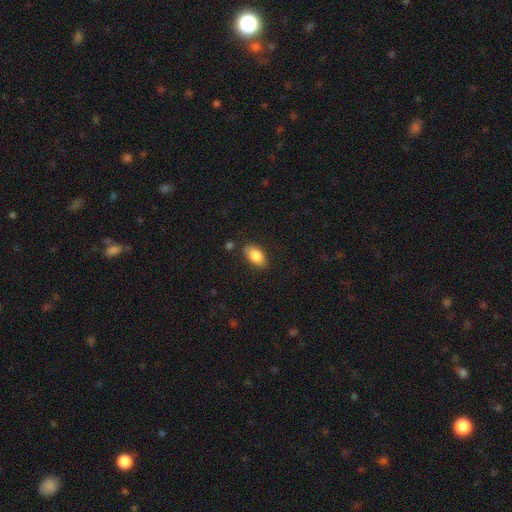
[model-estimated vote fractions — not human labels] smooth 84%, featured or disk 9%, star or artifact 7%. Down the decision tree: how rounded — in between (92%); merging — none (83%).